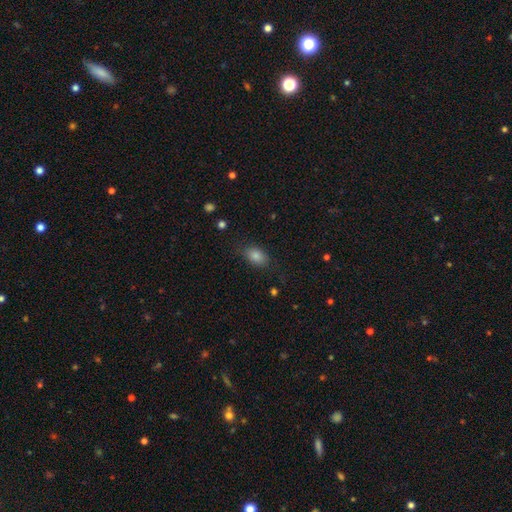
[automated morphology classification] Overall: smooth (80%). How rounded: in between (82%). Merging: none (80%).